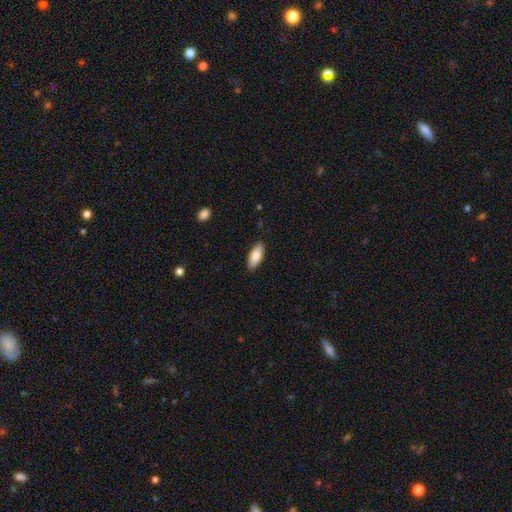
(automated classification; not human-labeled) A smooth galaxy with no disk features (84%) that is in between round and cigar-shaped (83%). Merging: none (88%).